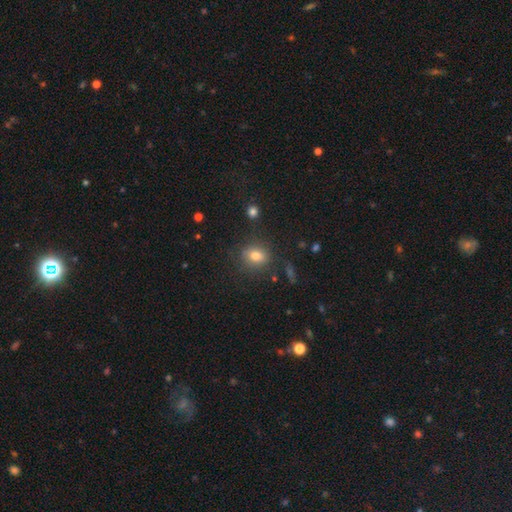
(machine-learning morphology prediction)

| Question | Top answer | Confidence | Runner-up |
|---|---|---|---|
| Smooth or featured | smooth | 78% | star or artifact (12%) |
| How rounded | round | 56% | in between (43%) |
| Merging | none | 79% | minor disturbance (13%) |